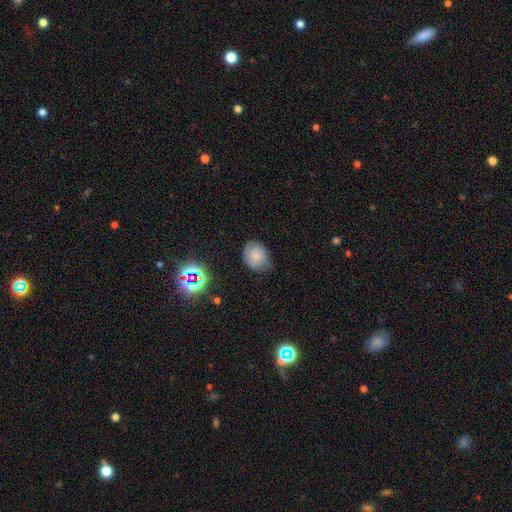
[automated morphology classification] A smooth galaxy with no disk features (66%) that is round (51%).

Vote fractions:
- Smooth or featured? smooth: 66% / featured or disk: 22% / star or artifact: 12%
- How rounded? round: 51% / in between: 49% / cigar-shaped: 1%
- Merging? none: 68% / minor disturbance: 25% / major disturbance: 5% / merger: 1%